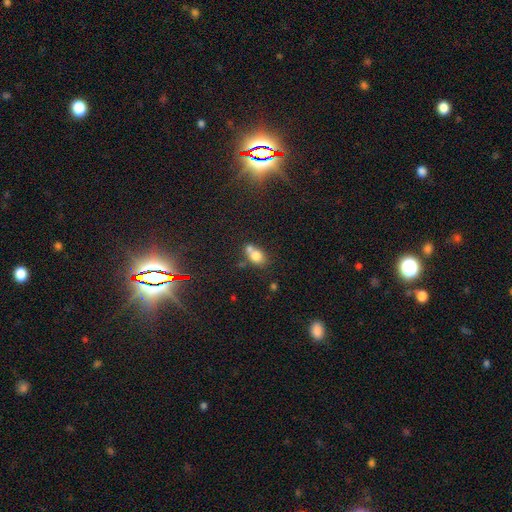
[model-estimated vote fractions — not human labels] The model was most divided on "merging": merger: 45%, none: 37%, minor disturbance: 13%, major disturbance: 5%. More confident: smooth or featured — smooth (74%); how rounded — in between (58%).